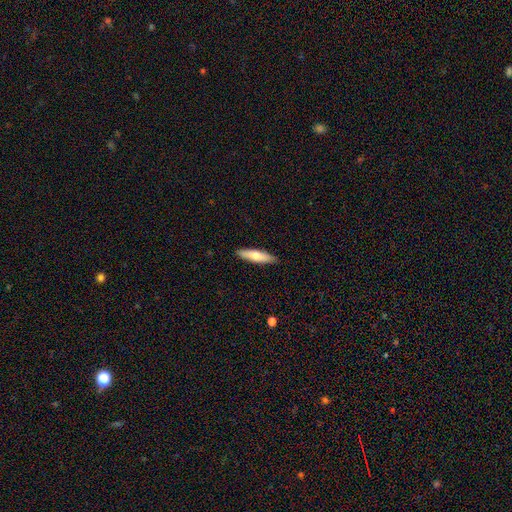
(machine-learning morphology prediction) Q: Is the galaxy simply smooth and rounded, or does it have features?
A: smooth — 65%.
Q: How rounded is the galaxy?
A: cigar-shaped — 72%.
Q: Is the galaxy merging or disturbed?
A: none — 88%.